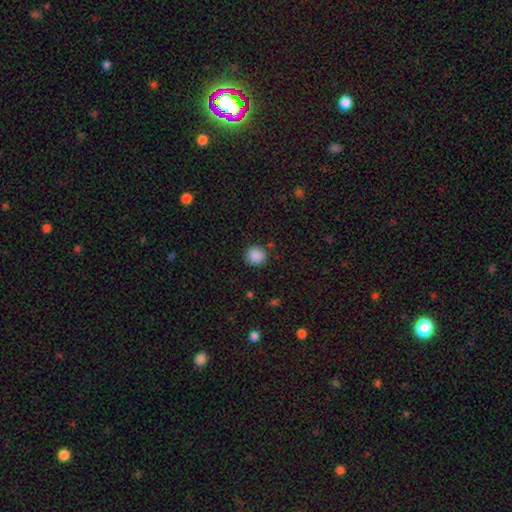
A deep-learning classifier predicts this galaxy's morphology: Smooth or featured? Predicted: smooth (p=0.88). How rounded? Predicted: round (p=0.93). Merging? Predicted: none (p=0.88).